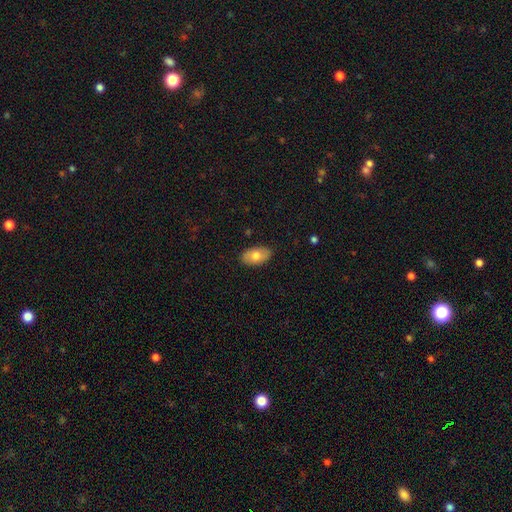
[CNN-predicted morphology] smooth 73%, featured or disk 21%, star or artifact 6%. Down the decision tree: how rounded — in between (94%); merging — none (87%).